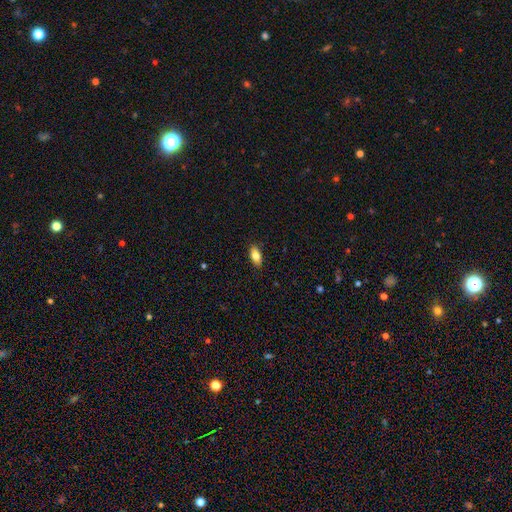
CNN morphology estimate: The model was most divided on "smooth or featured": smooth: 80%, featured or disk: 13%, star or artifact: 7%. More confident: how rounded — in between (88%); merging — none (88%).